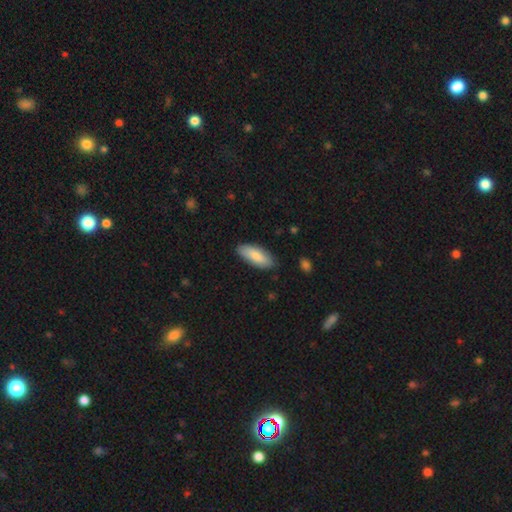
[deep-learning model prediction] This appears to be a smooth galaxy with no disk features (85%) that is in between round and cigar-shaped (75%). Merging: none (85%).